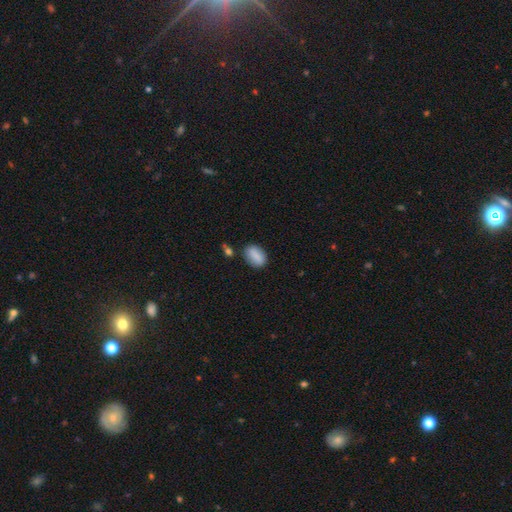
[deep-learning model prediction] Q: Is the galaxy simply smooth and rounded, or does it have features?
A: smooth — 82%.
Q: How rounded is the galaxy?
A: in between — 85%.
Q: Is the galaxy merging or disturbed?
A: none — 80%.